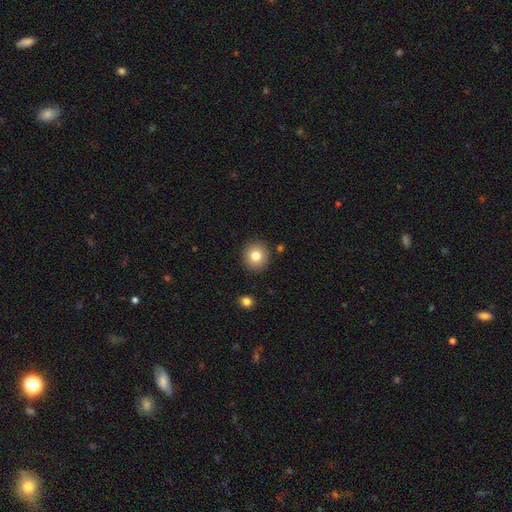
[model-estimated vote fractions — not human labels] The model was most divided on "smooth or featured": smooth: 80%, star or artifact: 10%, featured or disk: 10%. More confident: how rounded — round (89%); merging — none (89%).